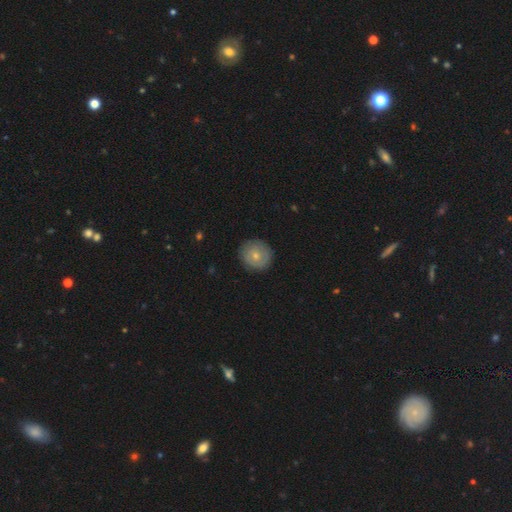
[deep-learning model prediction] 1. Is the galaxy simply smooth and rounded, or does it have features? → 61% smooth, 32% featured or disk, 7% star or artifact.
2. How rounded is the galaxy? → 90% round, 9% in between, 1% cigar-shaped.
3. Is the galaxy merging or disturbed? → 88% none, 9% minor disturbance, 2% major disturbance, 1% merger.